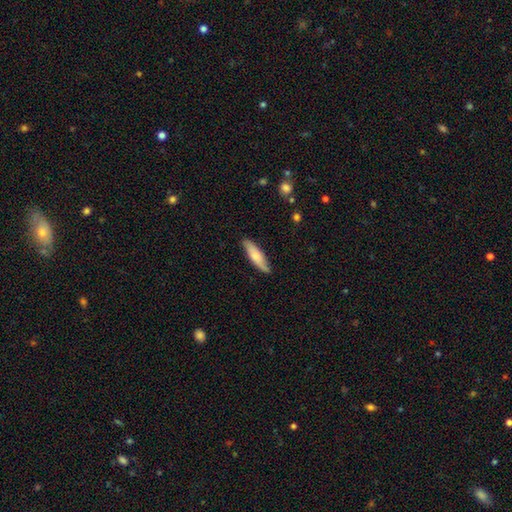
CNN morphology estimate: smooth_or_featured: smooth (p=0.69) [alt: featured or disk p=0.25]
how_rounded: cigar-shaped (p=0.67) [alt: in between p=0.31]
merging: none (p=0.84) [alt: minor disturbance p=0.13]